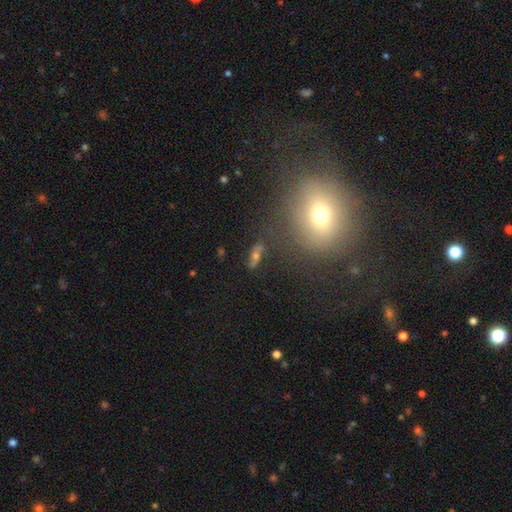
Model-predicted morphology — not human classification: The model was most divided on "smooth or featured": smooth: 45%, featured or disk: 34%, star or artifact: 22%. More confident: merging — none (67%).